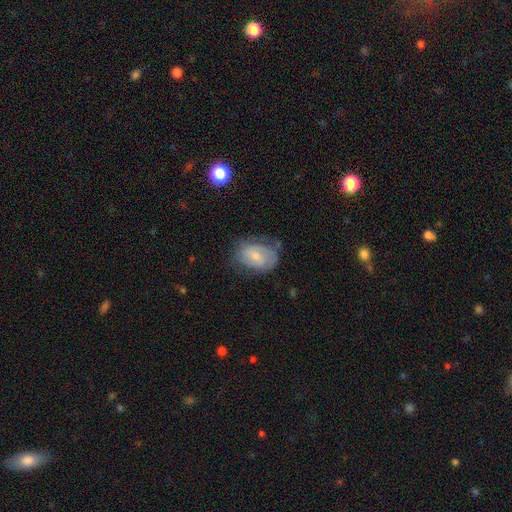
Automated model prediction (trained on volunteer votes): Smooth or featured?
  - featured or disk: 53% *
  - smooth: 39%
  - star or artifact: 8%
Edge-on disk?
  - no: 96% *
  - yes: 4%
Bar?
  - no: 47% *
  - weak: 44%
  - strong: 9%
Spiral arms?
  - yes: 77% *
  - no: 23%
Bulge size?
  - small: 58% *
  - moderate: 36%
  - none: 3%
  - large: 2%
  - dominant: 1%
Merging?
  - none: 62% *
  - minor disturbance: 26%
  - major disturbance: 10%
  - merger: 2%